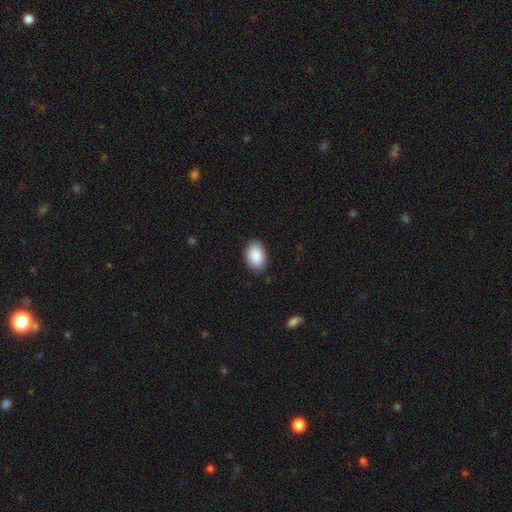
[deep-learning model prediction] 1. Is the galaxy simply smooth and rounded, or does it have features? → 90% smooth, 6% star or artifact, 4% featured or disk.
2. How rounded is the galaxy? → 91% in between, 8% round, 1% cigar-shaped.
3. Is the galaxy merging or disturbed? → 86% none, 10% minor disturbance, 2% major disturbance, 1% merger.